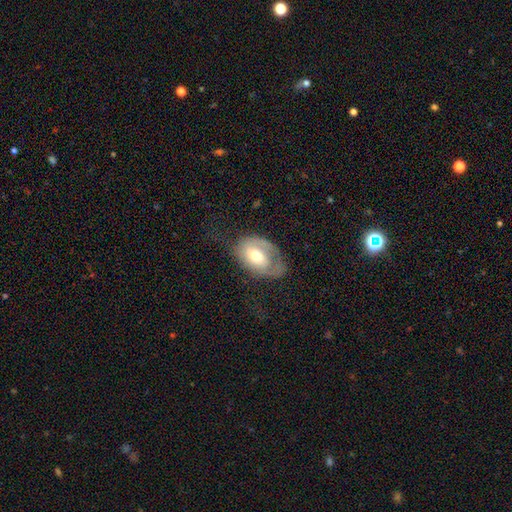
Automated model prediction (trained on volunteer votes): Smooth or featured?
  - smooth: 50% *
  - featured or disk: 44%
  - star or artifact: 6%
Merging?
  - none: 39% *
  - minor disturbance: 30%
  - major disturbance: 29%
  - merger: 2%